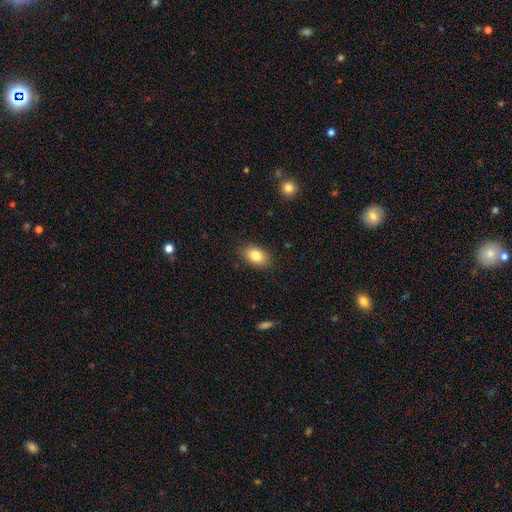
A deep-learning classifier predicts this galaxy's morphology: The model was most divided on "smooth or featured": smooth: 83%, featured or disk: 9%, star or artifact: 8%. More confident: how rounded — in between (87%); merging — none (86%).